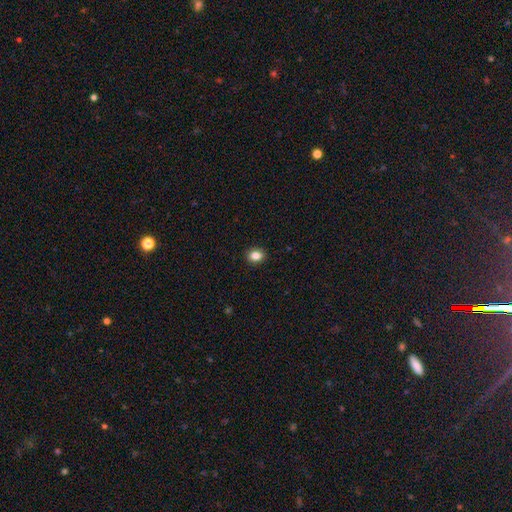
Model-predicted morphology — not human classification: Smooth or featured? smooth (85%)
How rounded? in between (52%)
Merging? none (91%)